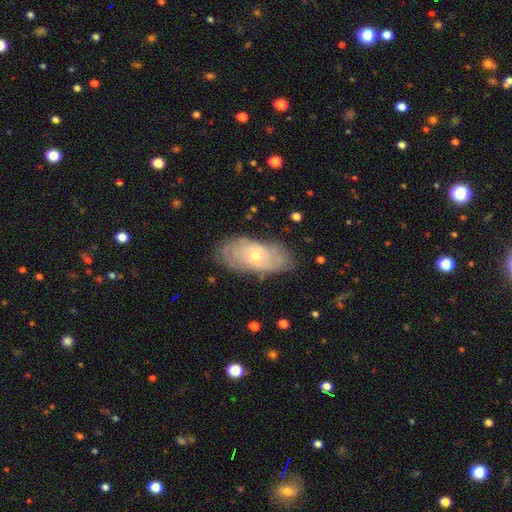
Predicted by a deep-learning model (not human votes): smooth_or_featured: featured or disk (p=0.59) [alt: smooth p=0.33]
disk_edge_on: no (p=0.88) [alt: yes p=0.12]
bar: no (p=0.83) [alt: weak p=0.14]
has_spiral_arms: yes (p=0.64) [alt: no p=0.36]
bulge_size: small (p=0.49) [alt: moderate p=0.48]
merging: none (p=0.77) [alt: minor disturbance p=0.17]